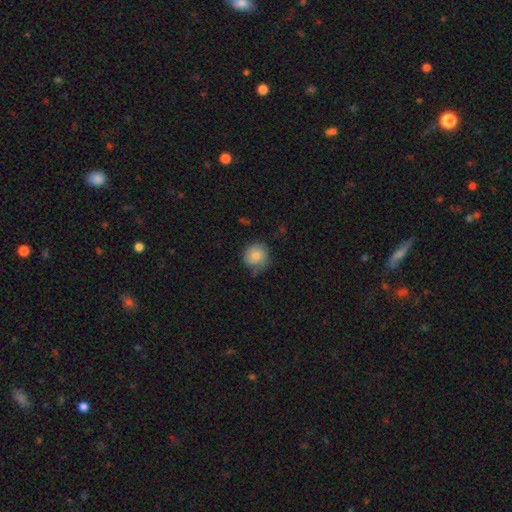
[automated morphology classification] Overall: smooth (79%). How rounded: round (84%). Merging: none (61%; minor disturbance 29%).